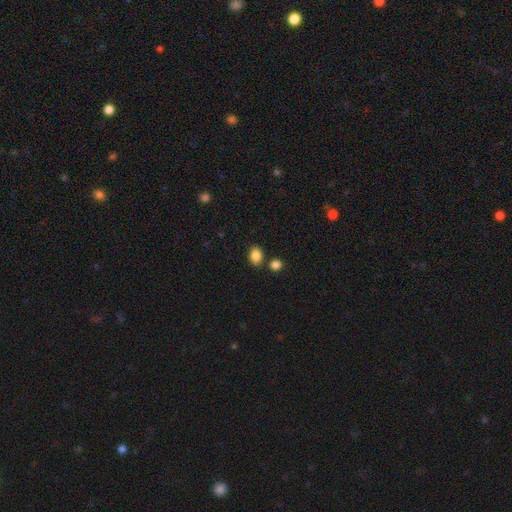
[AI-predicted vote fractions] smooth-or-featured: smooth: 86% | star or artifact: 9% | featured or disk: 5%
  how-rounded: in between: 71% | round: 28% | cigar-shaped: 1%
  merging: none: 76% | minor disturbance: 11% | merger: 10% | major disturbance: 3%